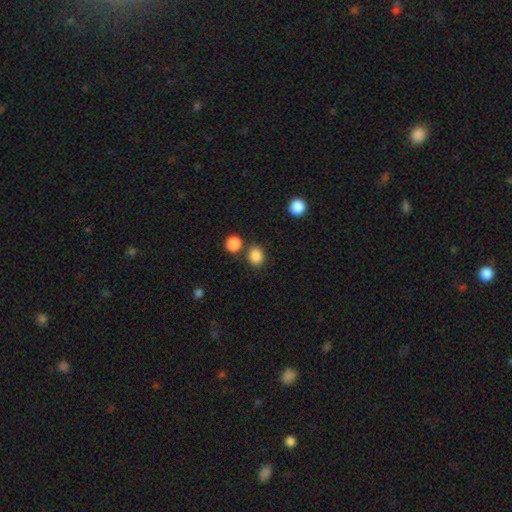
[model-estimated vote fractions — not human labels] Overall: smooth (86%). How rounded: round (63%; in between 36%). Merging: none (73%).